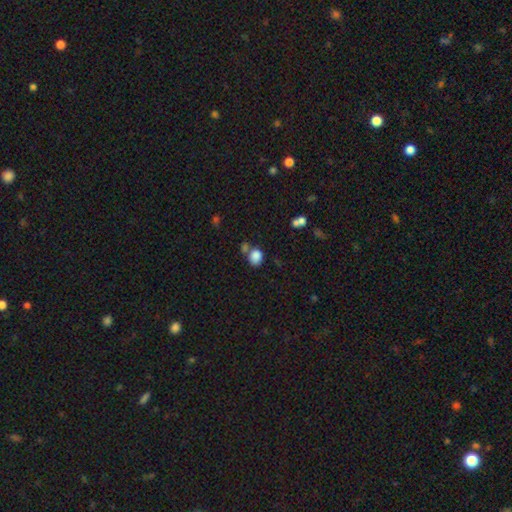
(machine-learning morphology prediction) Smooth or featured: smooth — 84% (star or artifact — 10%)
How rounded: round — 52% (in between — 47%)
Merging: none — 55% (merger — 26%)